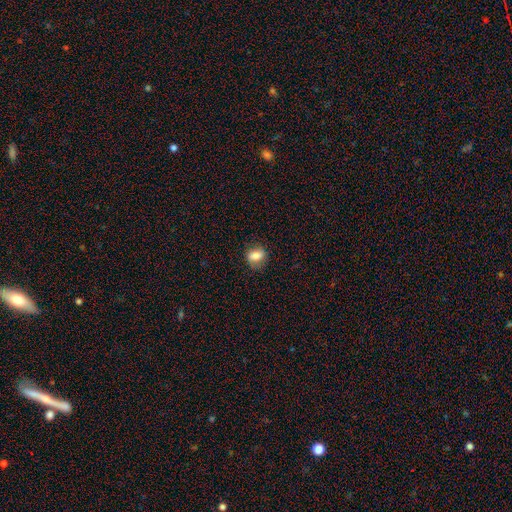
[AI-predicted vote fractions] This is likely a smooth galaxy (77%). How rounded: likely in between (65%). Merging: likely none (78%).